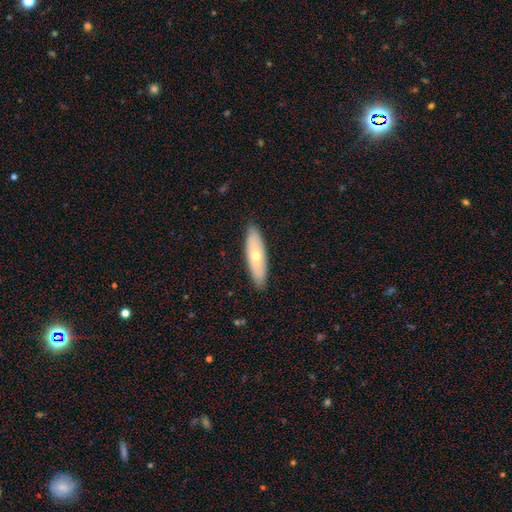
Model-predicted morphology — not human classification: smooth-or-featured: smooth: 57% | featured or disk: 37% | star or artifact: 6%
  how-rounded: cigar-shaped: 56% | in between: 42% | round: 2%
  merging: none: 87% | minor disturbance: 10% | major disturbance: 2% | merger: 1%